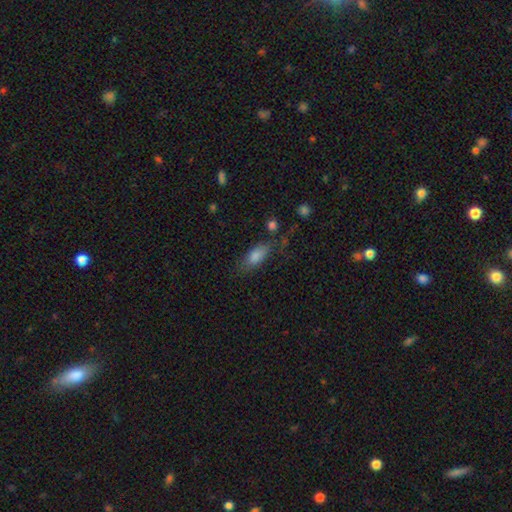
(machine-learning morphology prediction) Overall: smooth (78%). How rounded: in between (75%). Merging: none (65%).